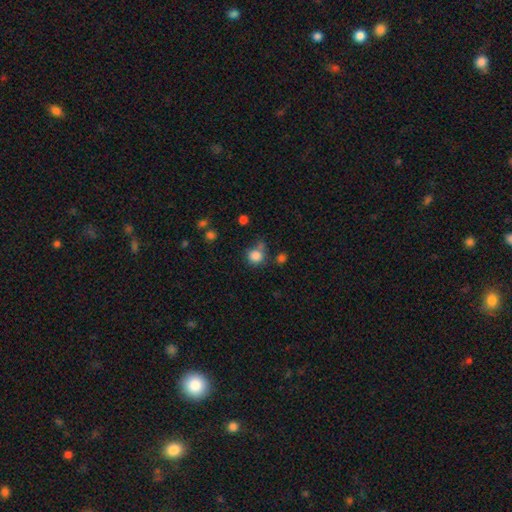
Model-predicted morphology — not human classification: Overall: smooth (83%). How rounded: round (86%). Merging: none (61%).